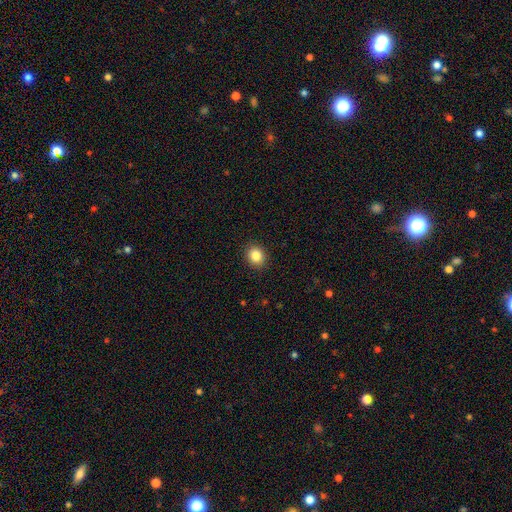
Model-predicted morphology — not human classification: The model was most divided on "how rounded": round: 68%, in between: 31%, cigar-shaped: 1%. More confident: merging — none (91%); smooth or featured — smooth (85%).